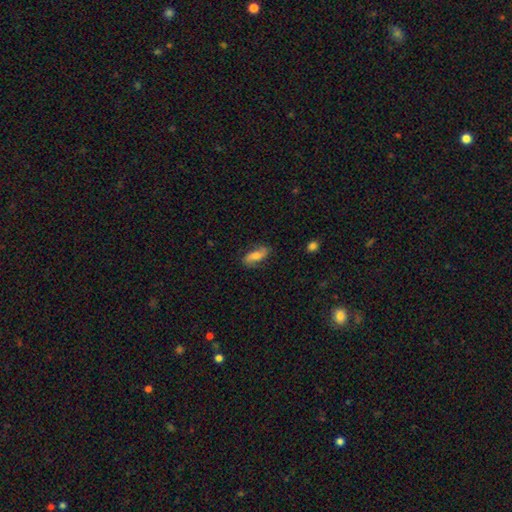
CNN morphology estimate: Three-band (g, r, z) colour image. It shows a smooth galaxy with no disk features (57%) that is in between round and cigar-shaped (73%). Merging: none (77%).